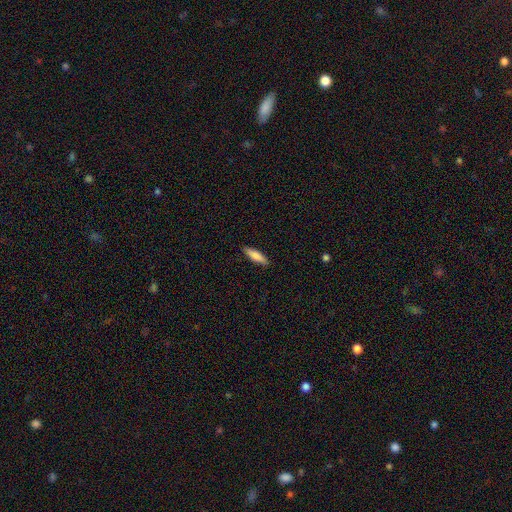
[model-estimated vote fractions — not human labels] Q: Smooth or featured?
A: smooth (80%); runner-up: featured or disk (14%)
Q: How rounded?
A: cigar-shaped (67%); runner-up: in between (31%)
Q: Merging?
A: none (89%); runner-up: minor disturbance (8%)